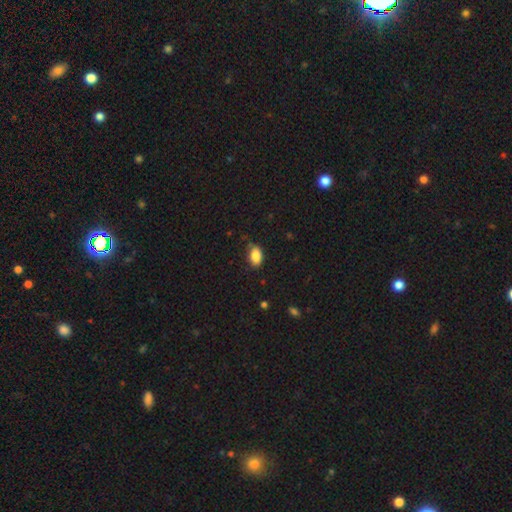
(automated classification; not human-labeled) The model was most divided on "merging": none: 67%, minor disturbance: 27%, major disturbance: 5%, merger: 2%. More confident: how rounded — in between (89%); smooth or featured — smooth (87%).